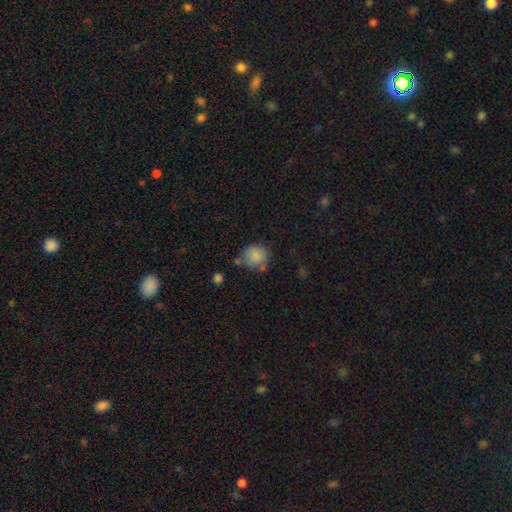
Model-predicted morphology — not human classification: This appears to be a smooth galaxy with no disk features (85%) that is round (86%). Merging: none (59%).